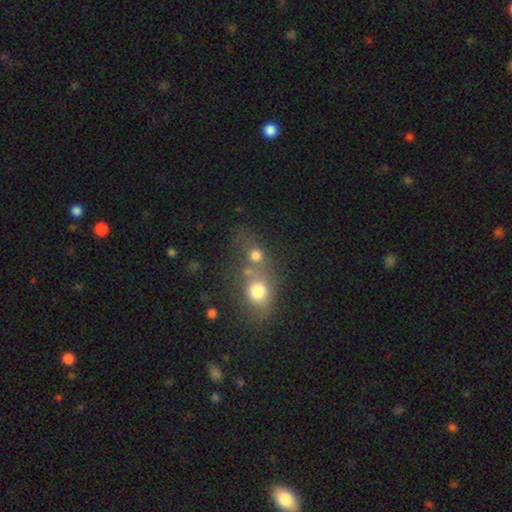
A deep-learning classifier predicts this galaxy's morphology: smooth 69%, star or artifact 18%, featured or disk 12%. Down the decision tree: how rounded — round (77%); merging — merger (46%).